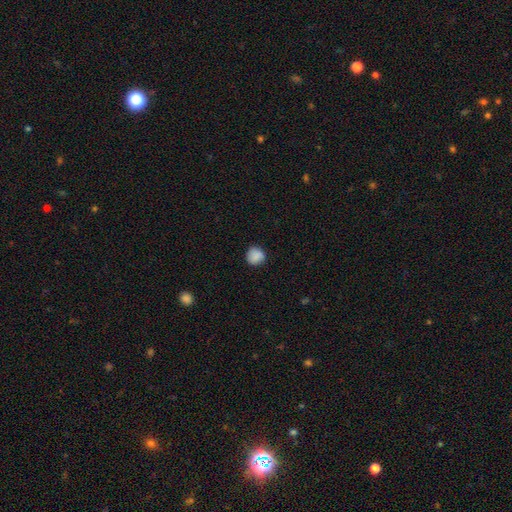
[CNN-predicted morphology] Overall: smooth (88%). How rounded: round (89%). Merging: none (85%).